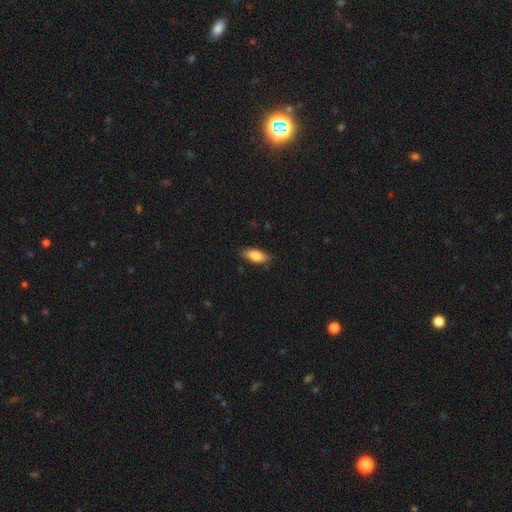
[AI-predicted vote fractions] Smooth or featured? smooth (83%)
How rounded? in between (84%)
Merging? none (83%)